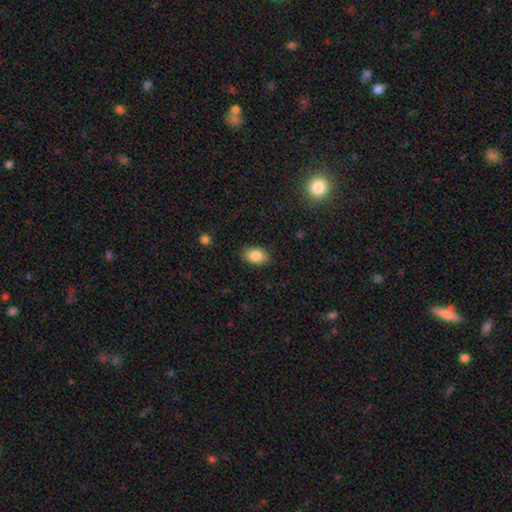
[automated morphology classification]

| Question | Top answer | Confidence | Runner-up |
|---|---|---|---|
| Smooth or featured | smooth | 86% | star or artifact (8%) |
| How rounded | in between | 87% | round (12%) |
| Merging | none | 87% | minor disturbance (10%) |